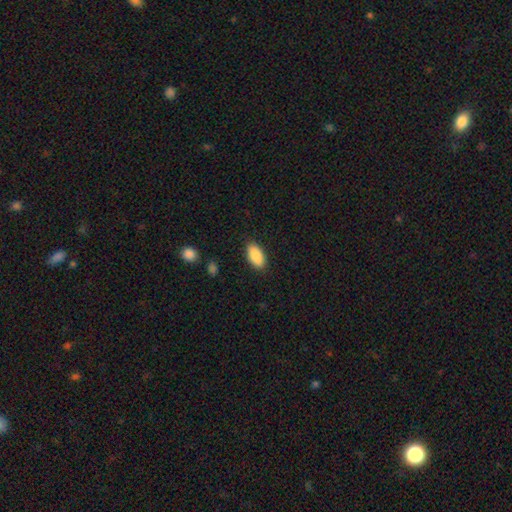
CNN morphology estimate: This is clearly a smooth galaxy (89%). How rounded: clearly in between (92%). Merging: clearly none (88%).